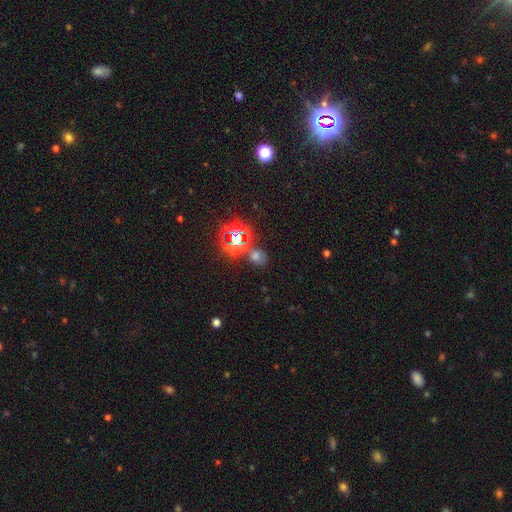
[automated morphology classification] Smooth or featured? smooth (48%)
Merging? none (70%)